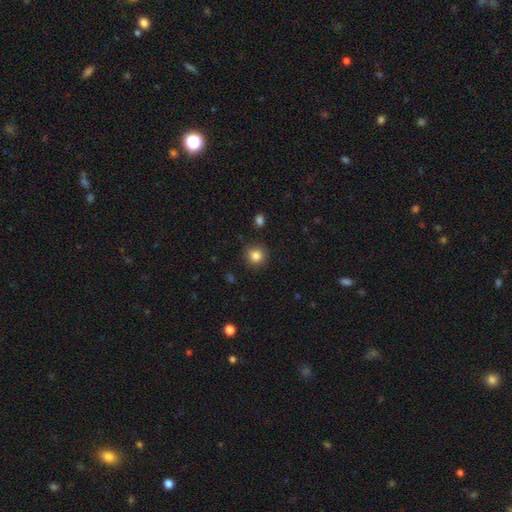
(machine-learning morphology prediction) The model was most divided on "smooth or featured": smooth: 84%, star or artifact: 11%, featured or disk: 5%. More confident: how rounded — round (92%); merging — none (89%).